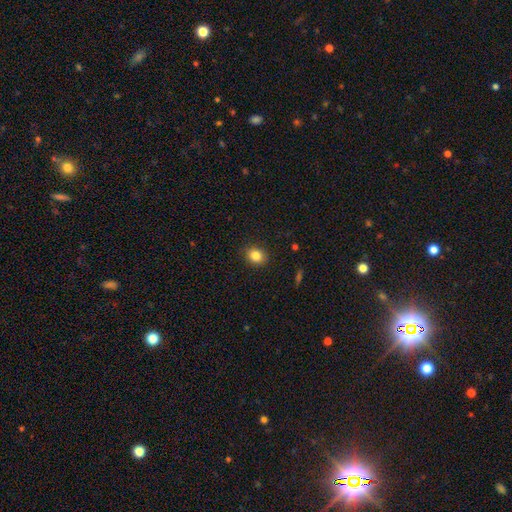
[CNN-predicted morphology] This is clearly a smooth galaxy (84%). How rounded: likely round (64%). Merging: clearly none (89%).